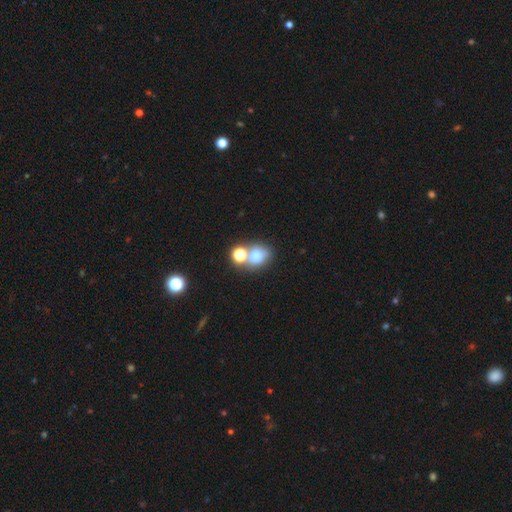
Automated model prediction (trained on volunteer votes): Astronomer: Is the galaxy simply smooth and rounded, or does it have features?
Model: smooth — 71%.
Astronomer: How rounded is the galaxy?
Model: round — 61% (runner-up: in between, 38%).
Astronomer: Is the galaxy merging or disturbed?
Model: none — 46% (runner-up: merger, 38%).